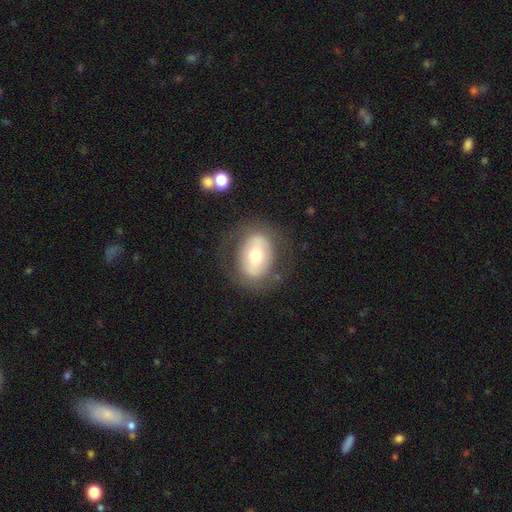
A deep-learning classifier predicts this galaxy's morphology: Overall: smooth (49%; featured or disk 43%). Merging: none (76%).